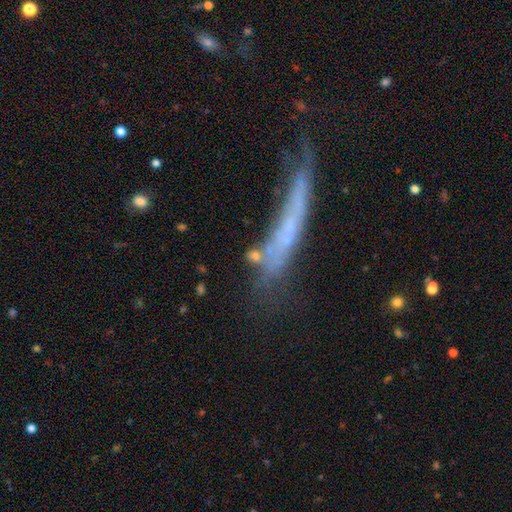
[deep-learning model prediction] Smooth or featured?
  - smooth: 55% *
  - featured or disk: 27%
  - star or artifact: 19%
How rounded?
  - cigar-shaped: 49% *
  - in between: 36%
  - round: 15%
Merging?
  - none: 56% *
  - minor disturbance: 17%
  - merger: 16%
  - major disturbance: 12%